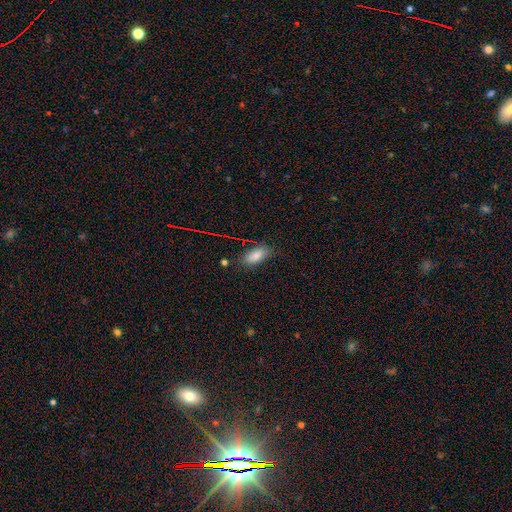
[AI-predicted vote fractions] A smooth galaxy with no disk features (82%) that is in between round and cigar-shaped (86%). Merging: none (79%).